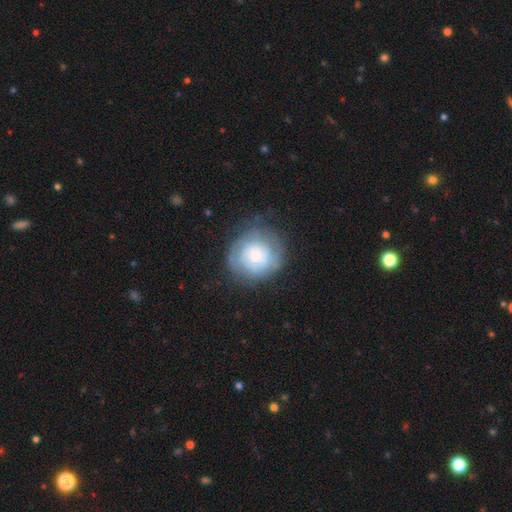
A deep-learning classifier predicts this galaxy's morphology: Smooth or featured? featured or disk (50%)
Edge-on disk? no (97%)
Merging? none (67%)